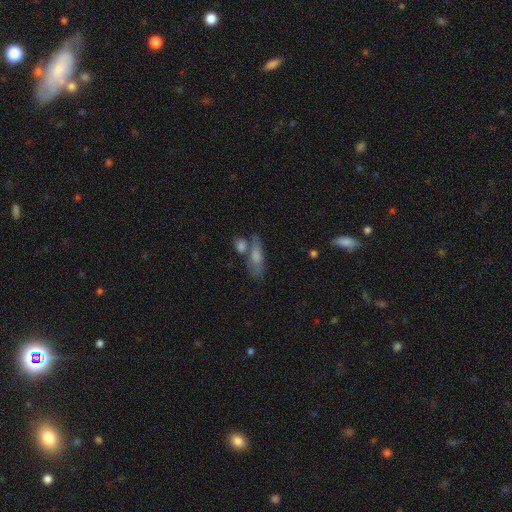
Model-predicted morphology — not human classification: smooth 53%, featured or disk 33%, star or artifact 14%. Down the decision tree: how rounded — in between (60%); merging — none (48%).